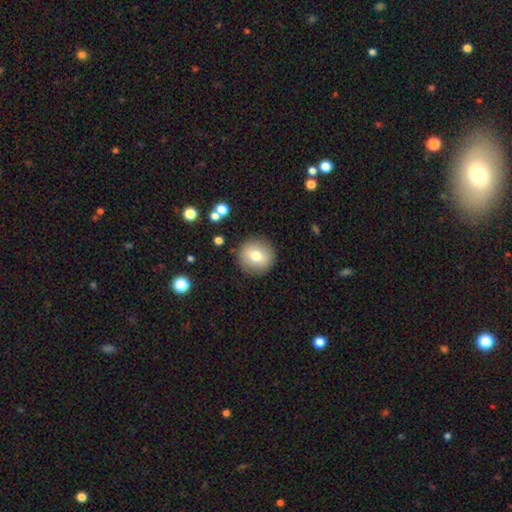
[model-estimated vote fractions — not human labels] The model was most divided on "smooth or featured": smooth: 73%, featured or disk: 18%, star or artifact: 9%. More confident: how rounded — round (93%); merging — none (88%).